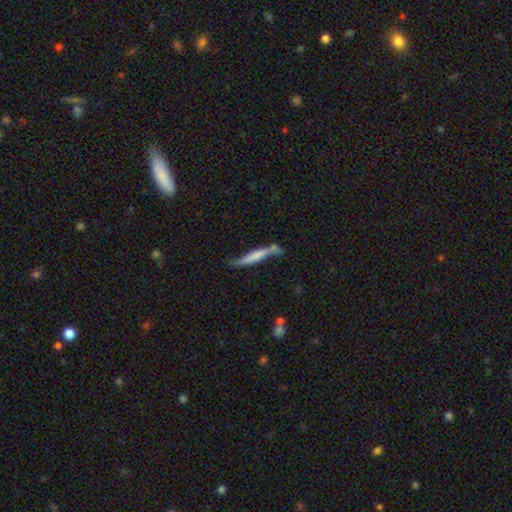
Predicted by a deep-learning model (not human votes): smooth_or_featured: smooth (p=0.51) [alt: featured or disk p=0.43]
how_rounded: cigar-shaped (p=0.91) [alt: in between p=0.07]
merging: none (p=0.48) [alt: minor disturbance p=0.28]